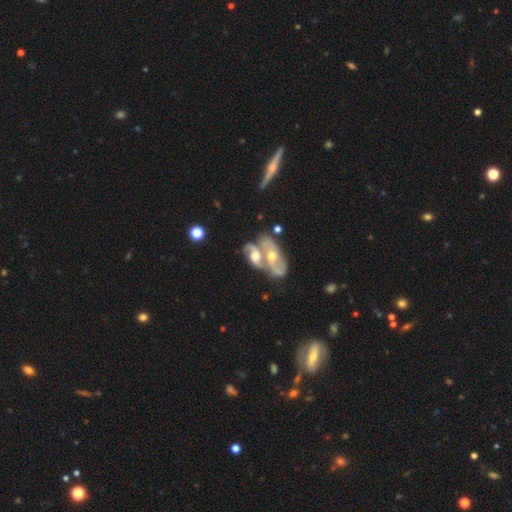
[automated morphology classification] Smooth or featured? Predicted: featured or disk (p=0.72). Edge-on disk? Predicted: no (p=0.94). Bar? Predicted: no (p=0.68). Spiral arms? Predicted: yes (p=0.79). Spiral winding? Predicted: medium (p=0.43). Spiral arm count? Predicted: 2 (p=0.64). Bulge size? Predicted: moderate (p=0.66). Merging? Predicted: merger (p=0.74).